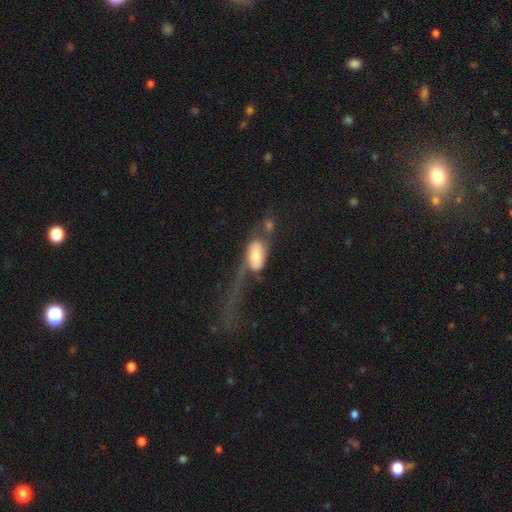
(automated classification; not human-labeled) Morphology: type=featured or disk (49%); merging=major disturbance (52%).